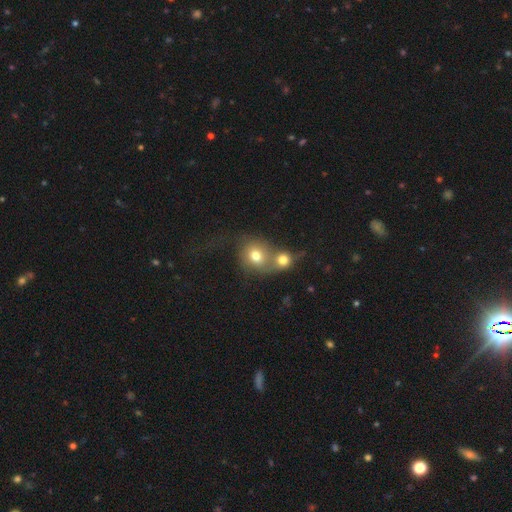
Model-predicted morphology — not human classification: type=smooth (71%); roundness=round (75%); merging=merger (68%).